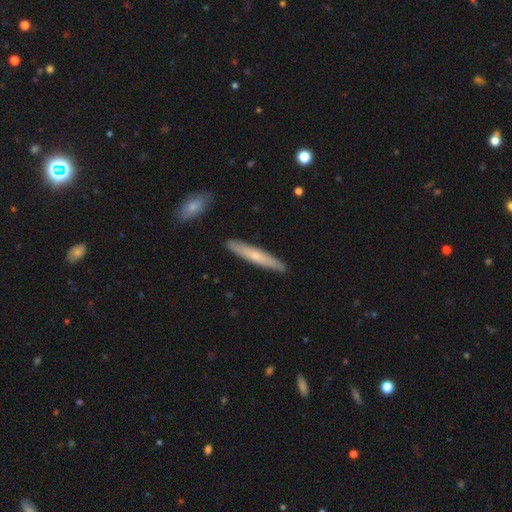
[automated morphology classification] Smooth or featured? smooth (58%)
How rounded? cigar-shaped (94%)
Merging? none (89%)